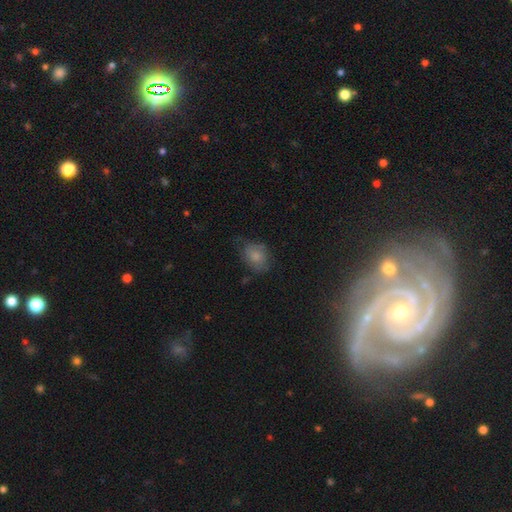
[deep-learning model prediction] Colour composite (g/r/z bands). It shows a smooth galaxy with no disk features (74%) that is in between round and cigar-shaped (56%). Merging: none (57%).